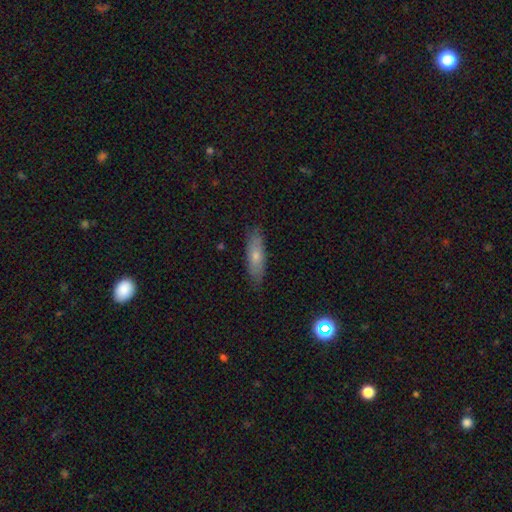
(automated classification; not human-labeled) smooth-or-featured: smooth: 65% | featured or disk: 28% | star or artifact: 7%
  how-rounded: cigar-shaped: 52% | in between: 45% | round: 3%
  merging: none: 82% | minor disturbance: 14% | major disturbance: 2% | merger: 1%